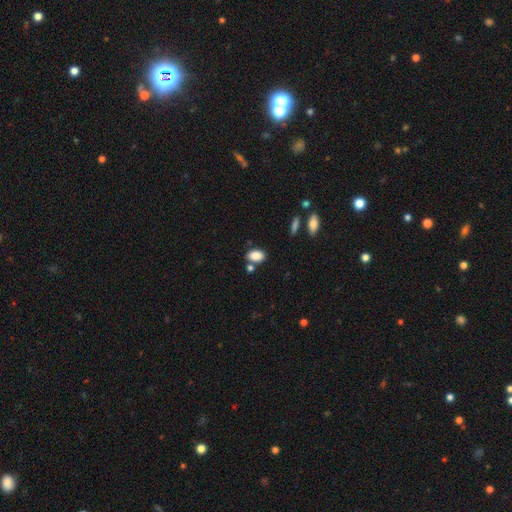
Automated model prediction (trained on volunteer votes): smooth-or-featured: smooth: 86% | star or artifact: 8% | featured or disk: 5%
  how-rounded: in between: 88% | round: 11% | cigar-shaped: 2%
  merging: none: 72% | merger: 12% | minor disturbance: 12% | major disturbance: 3%